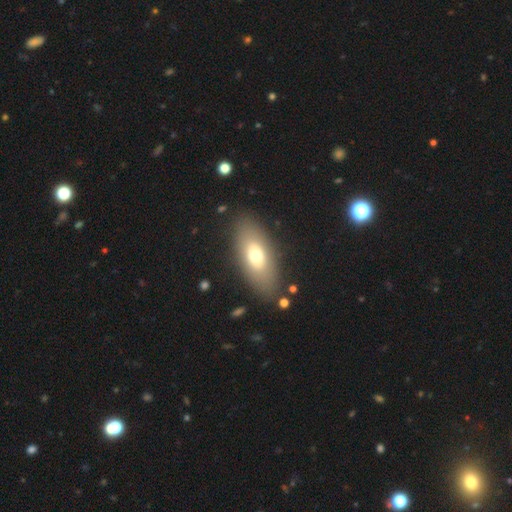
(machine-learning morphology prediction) This is likely a smooth galaxy (64%). How rounded: clearly in between (83%). Merging: clearly none (84%).